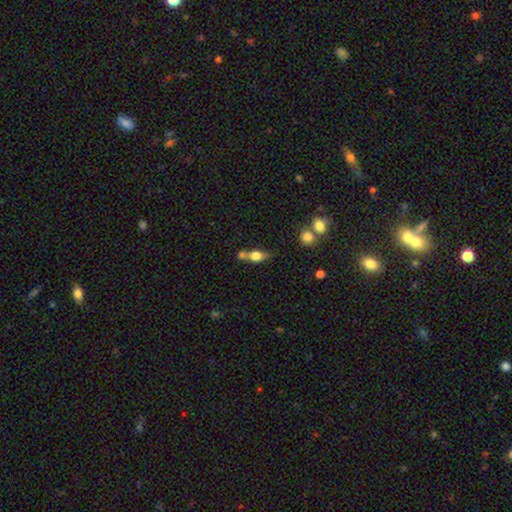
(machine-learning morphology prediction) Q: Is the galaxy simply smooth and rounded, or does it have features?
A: smooth — 66%.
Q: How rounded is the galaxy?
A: in between — 62%.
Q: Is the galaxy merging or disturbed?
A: none — 42%.